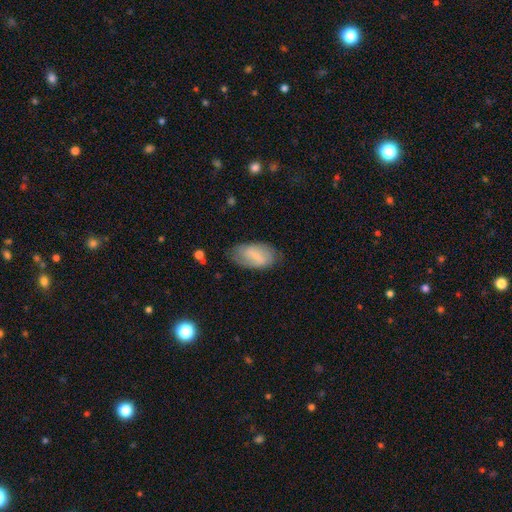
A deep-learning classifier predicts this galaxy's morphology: Smooth or featured? smooth (52%)
How rounded? in between (93%)
Merging? none (69%)